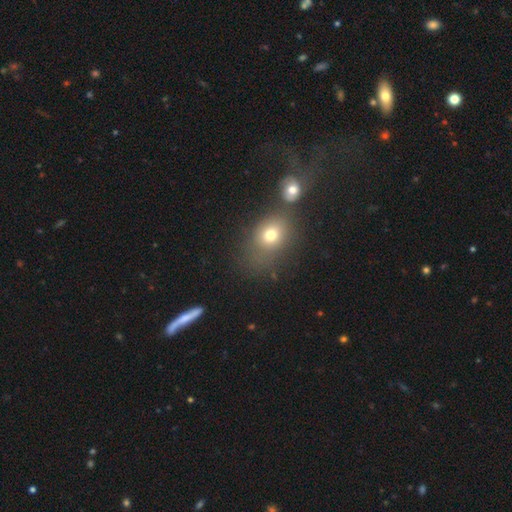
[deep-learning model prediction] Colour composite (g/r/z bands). It shows a smooth galaxy with no disk features (58%) that is round (56%). Merging: none (46%).